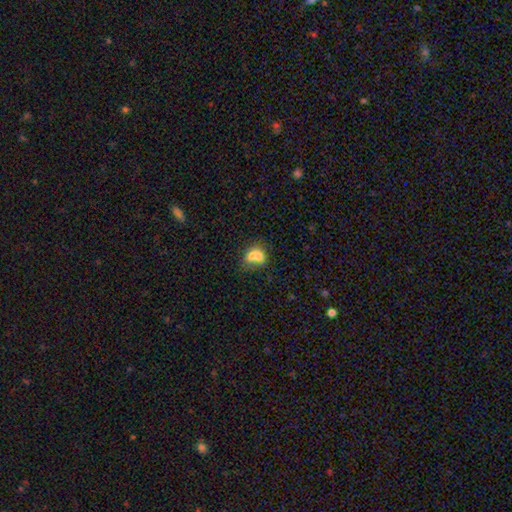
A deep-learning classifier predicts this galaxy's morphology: Smooth or featured? smooth (70%)
How rounded? in between (64%)
Merging? merger (46%)